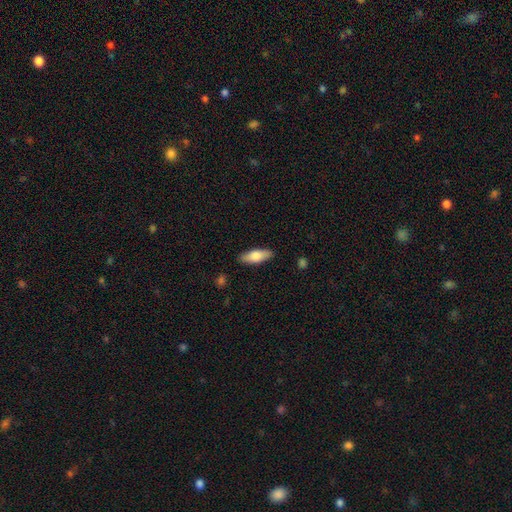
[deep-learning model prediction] smooth 71%, featured or disk 23%, star or artifact 6%. Down the decision tree: how rounded — in between (65%); merging — none (88%).